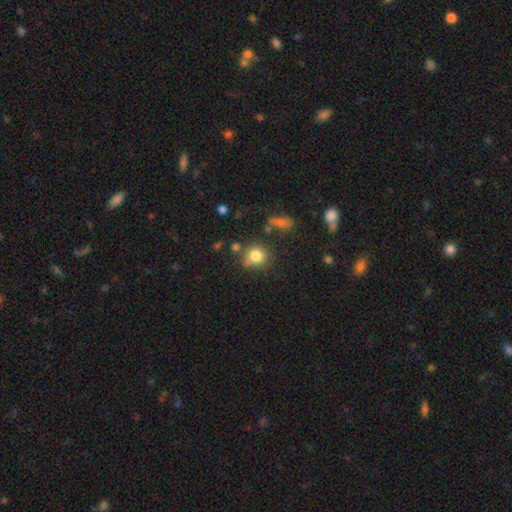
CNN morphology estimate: Q: Smooth or featured?
A: smooth (81%); runner-up: star or artifact (11%)
Q: How rounded?
A: round (86%); runner-up: in between (13%)
Q: Merging?
A: none (70%); runner-up: minor disturbance (15%)